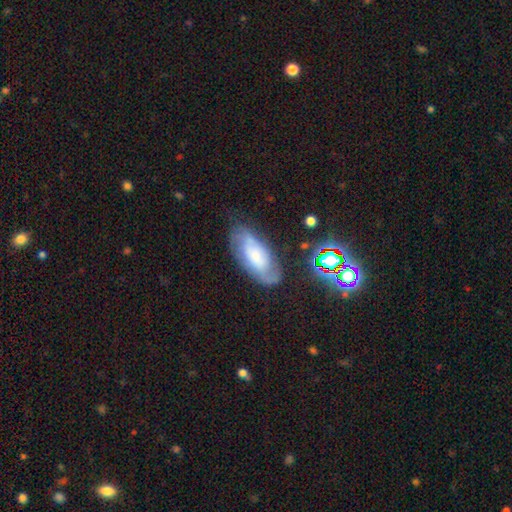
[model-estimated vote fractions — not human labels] Morphology: type=featured or disk (56%); edge-on=no (90%); bar=no (64%); spiral arms=yes (84%); bulge=small (39%); merging=none (67%).